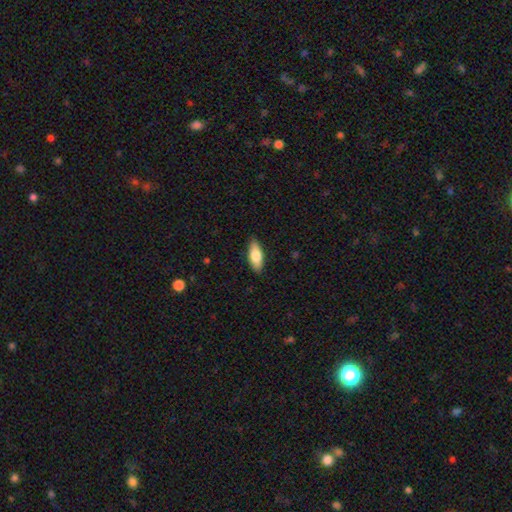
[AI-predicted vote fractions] Overall: smooth (76%). How rounded: in between (76%). Merging: none (88%).